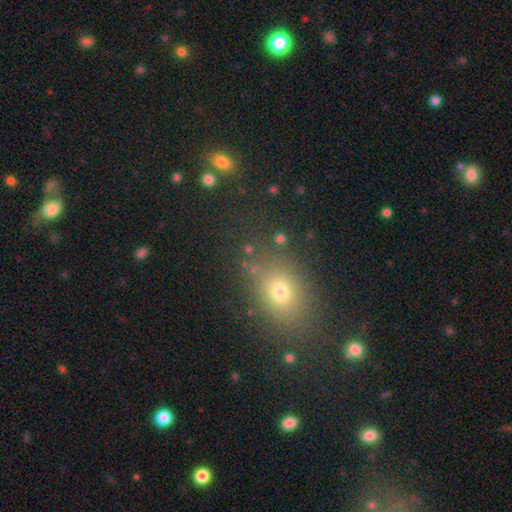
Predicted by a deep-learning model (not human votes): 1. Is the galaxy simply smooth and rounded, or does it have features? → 60% smooth, 30% star or artifact, 11% featured or disk.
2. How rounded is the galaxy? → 59% in between, 38% round, 3% cigar-shaped.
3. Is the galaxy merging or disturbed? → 83% none, 10% minor disturbance, 4% major disturbance, 3% merger.